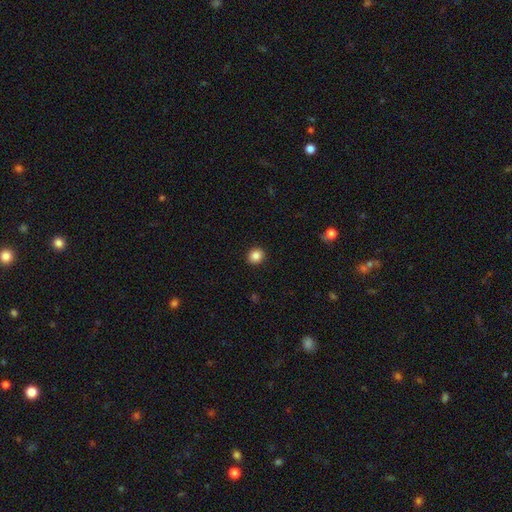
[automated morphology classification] Smooth or featured? Predicted: smooth (p=0.86). How rounded? Predicted: round (p=0.82). Merging? Predicted: none (p=0.92).